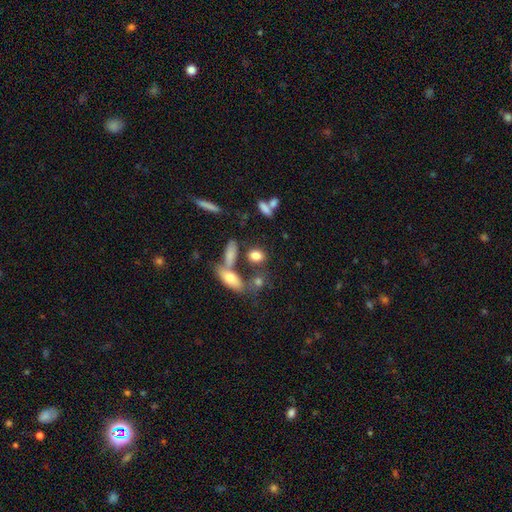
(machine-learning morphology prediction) Overall: smooth (78%). How rounded: in between (62%; round 31%). Merging: none (57%; merger 23%).